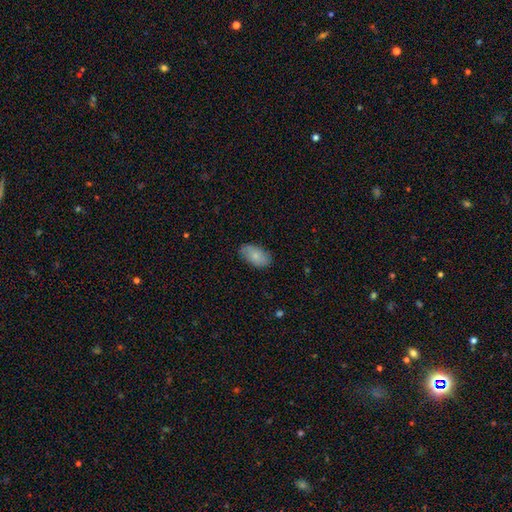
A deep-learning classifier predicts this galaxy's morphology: smooth_or_featured: smooth (p=0.77) [alt: featured or disk p=0.17]
how_rounded: in between (p=0.94) [alt: round p=0.04]
merging: none (p=0.81) [alt: minor disturbance p=0.15]